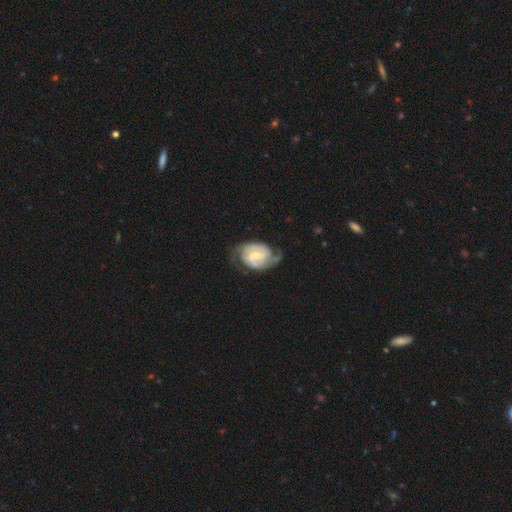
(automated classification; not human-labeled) smooth_or_featured: featured or disk (p=0.85) [alt: smooth p=0.11]
disk_edge_on: no (p=0.97) [alt: yes p=0.03]
bar: weak (p=0.53) [alt: no p=0.30]
has_spiral_arms: yes (p=0.95) [alt: no p=0.05]
spiral_winding: tight (p=0.47) [alt: medium p=0.40]
spiral_arm_count: 2 (p=0.72) [alt: can't tell p=0.13]
bulge_size: moderate (p=0.48) [alt: small p=0.45]
merging: none (p=0.62) [alt: minor disturbance p=0.23]